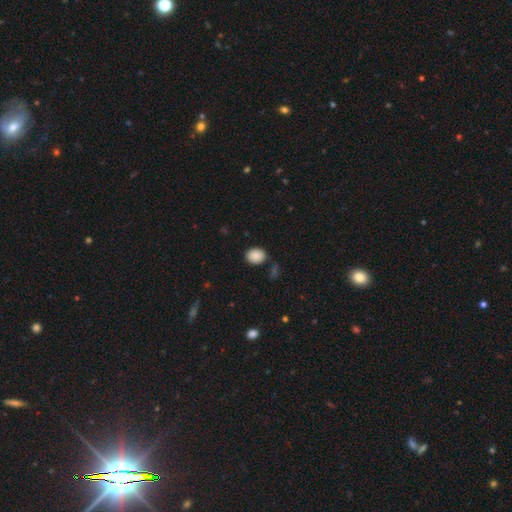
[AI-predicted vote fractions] Overall: smooth (89%). How rounded: in between (50%; round 49%). Merging: none (78%).